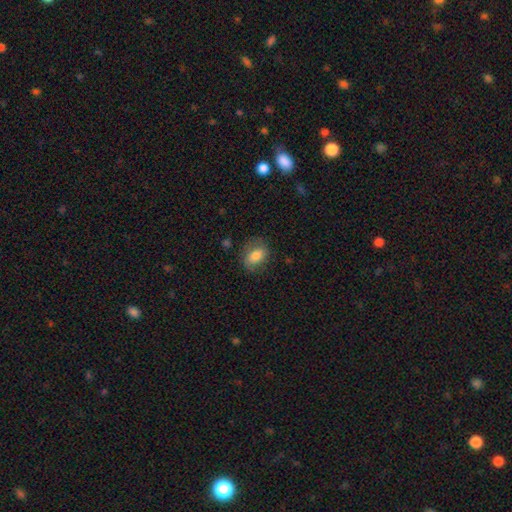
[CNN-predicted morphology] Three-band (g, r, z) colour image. It shows a smooth galaxy with no disk features (74%) that is in between round and cigar-shaped (71%). Merging: none (69%).